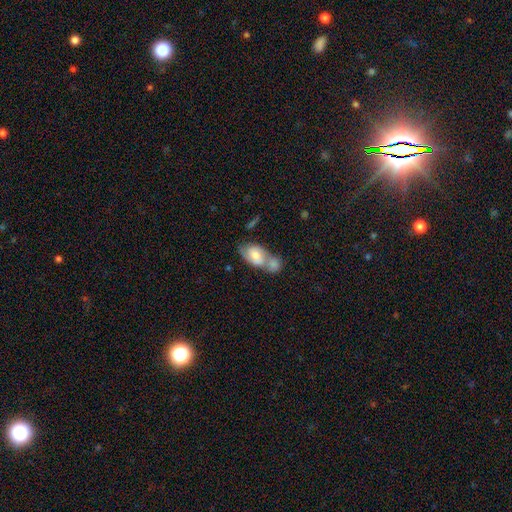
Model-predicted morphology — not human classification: smooth-or-featured: smooth: 60% | featured or disk: 33% | star or artifact: 7%
  how-rounded: in between: 86% | round: 11% | cigar-shaped: 3%
  merging: merger: 64% | none: 20% | minor disturbance: 10% | major disturbance: 5%